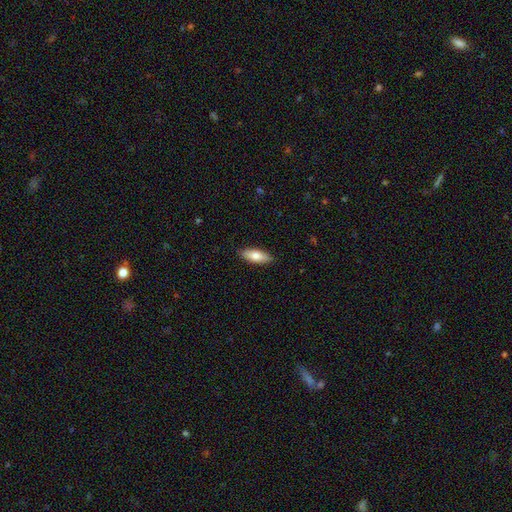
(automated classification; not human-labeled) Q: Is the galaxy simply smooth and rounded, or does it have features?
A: smooth — 75%.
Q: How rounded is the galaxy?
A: in between — 69%.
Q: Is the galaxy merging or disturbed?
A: none — 88%.